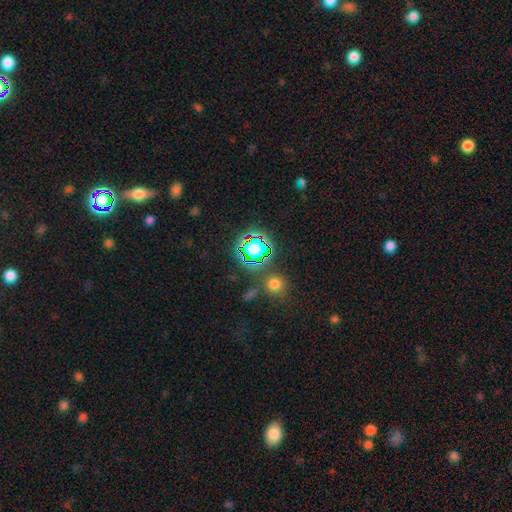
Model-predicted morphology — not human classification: Smooth or featured? Predicted: star or artifact (p=0.71).